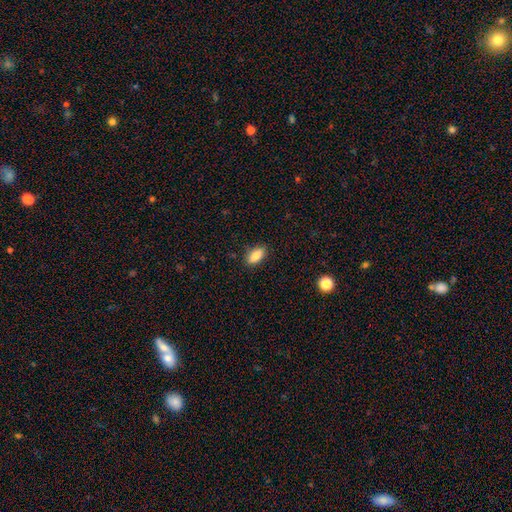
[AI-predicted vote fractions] Morphology: type=smooth (85%); roundness=in between (87%); merging=none (85%).